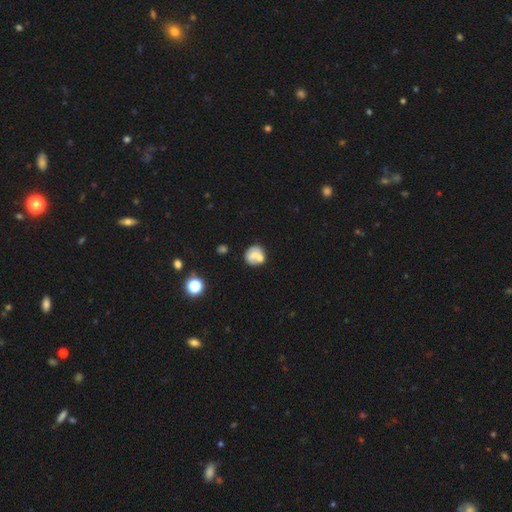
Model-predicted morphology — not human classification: smooth_or_featured: smooth (p=0.58) [alt: featured or disk p=0.33]
how_rounded: round (p=0.79) [alt: in between p=0.20]
merging: none (p=0.45) [alt: merger p=0.33]